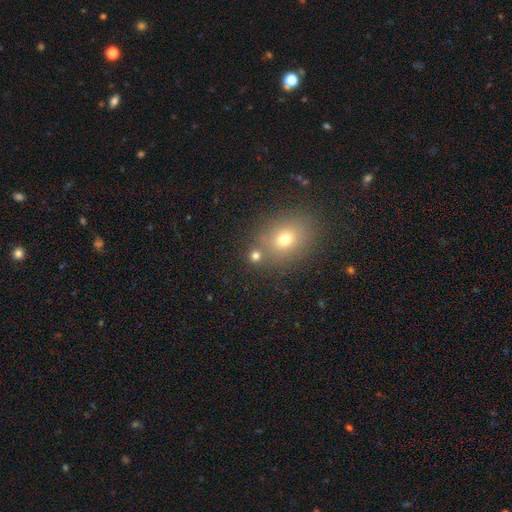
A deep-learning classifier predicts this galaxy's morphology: smooth 73%, star or artifact 18%, featured or disk 9%. Down the decision tree: how rounded — round (79%); merging — none (68%).